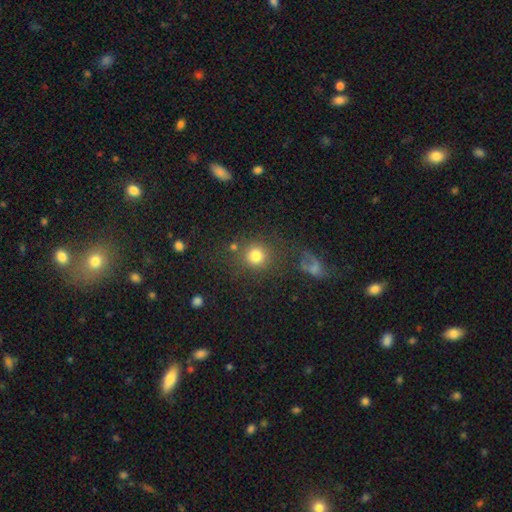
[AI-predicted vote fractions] This is likely a smooth galaxy (79%). How rounded: clearly round (89%). Merging: likely none (72%).